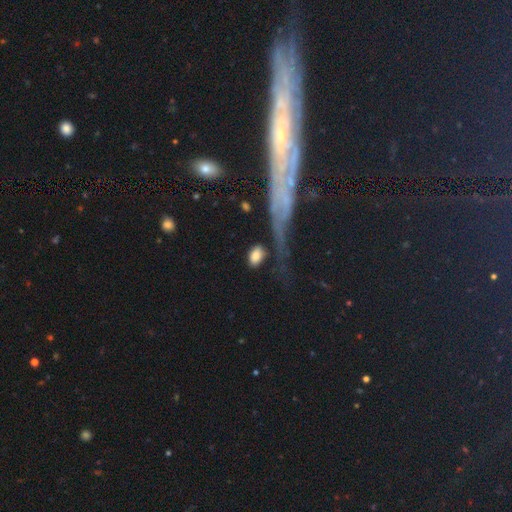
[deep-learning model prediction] Overall: smooth (80%). How rounded: in between (84%). Merging: none (61%).